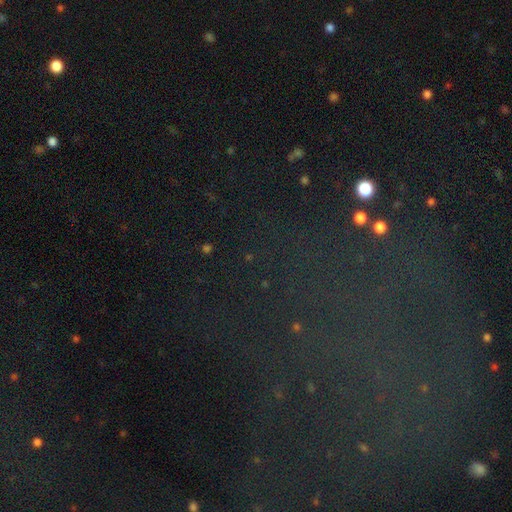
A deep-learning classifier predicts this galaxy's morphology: Smooth or featured? star or artifact (77%)